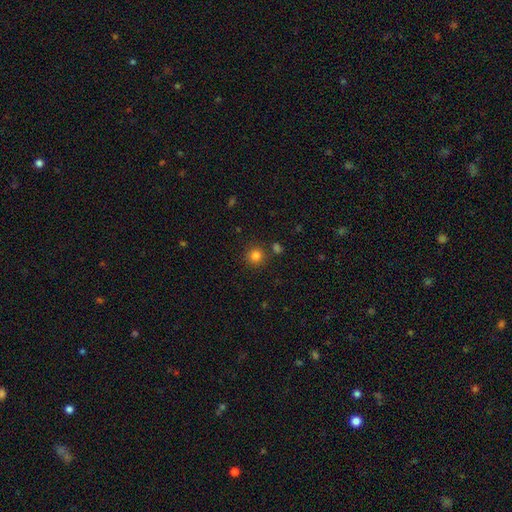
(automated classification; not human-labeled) Smooth or featured? Predicted: smooth (p=0.81). How rounded? Predicted: round (p=0.93). Merging? Predicted: none (p=0.83).